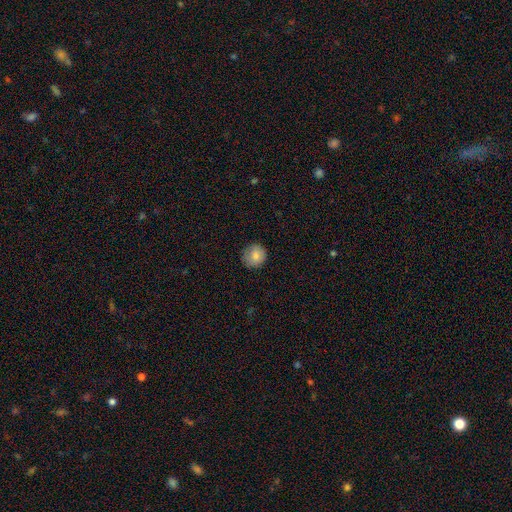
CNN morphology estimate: Overall: smooth (83%). How rounded: round (90%). Merging: none (84%).